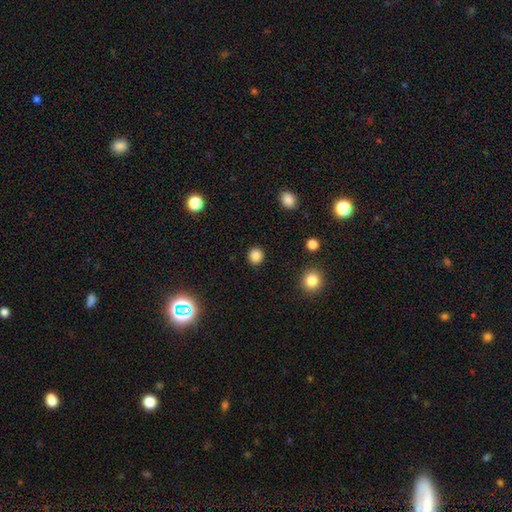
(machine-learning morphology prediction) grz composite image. It shows a smooth galaxy with no disk features (85%) that is round (90%). Merging: none (91%).